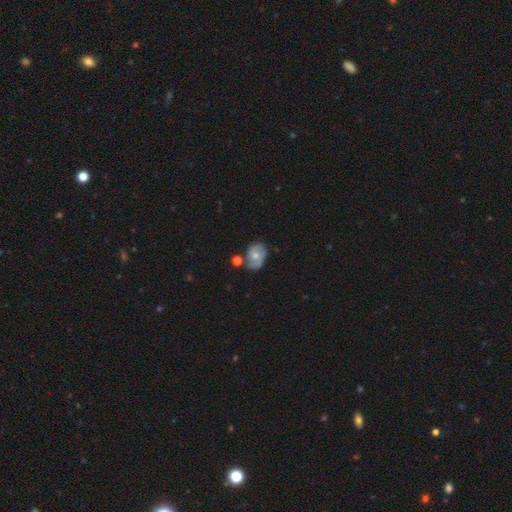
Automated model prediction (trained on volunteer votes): smooth_or_featured: featured or disk (p=0.49) [alt: smooth p=0.42]
merging: none (p=0.53) [alt: minor disturbance p=0.26]